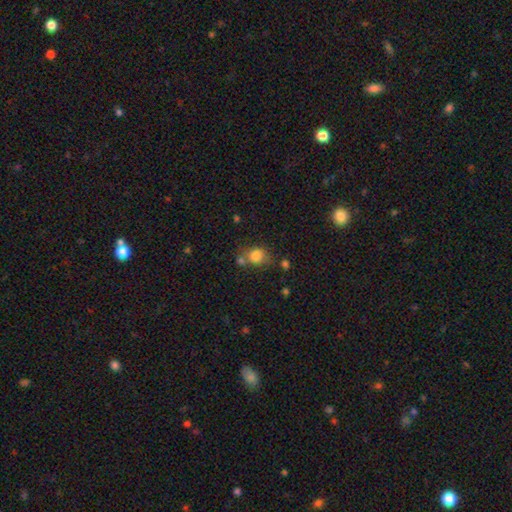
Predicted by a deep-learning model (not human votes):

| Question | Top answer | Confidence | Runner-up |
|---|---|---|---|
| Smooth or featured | smooth | 78% | star or artifact (12%) |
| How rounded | round | 62% | in between (37%) |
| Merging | none | 51% | merger (24%) |